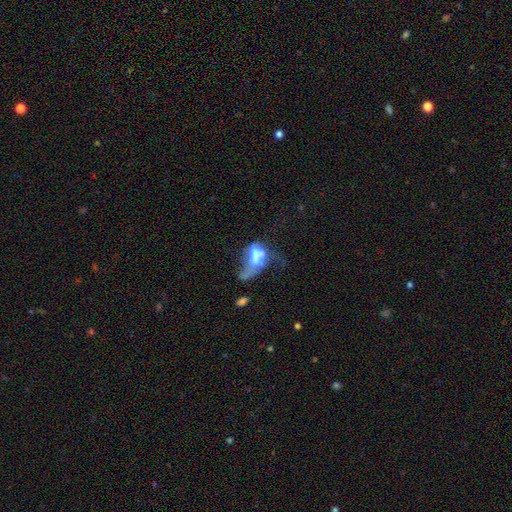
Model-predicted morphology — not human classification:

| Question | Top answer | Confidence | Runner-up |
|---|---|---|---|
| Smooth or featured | featured or disk | 45% | smooth (42%) |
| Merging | major disturbance | 46% | merger (32%) |